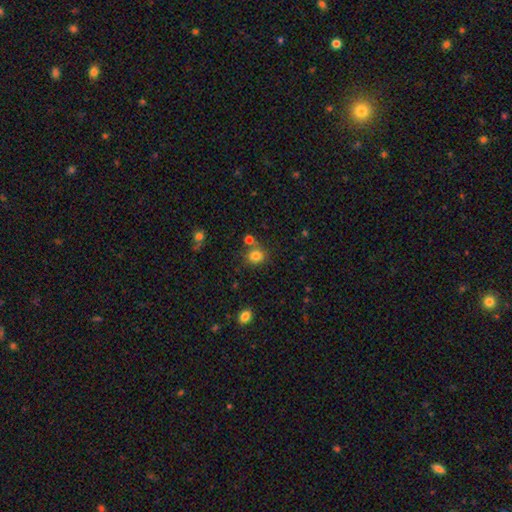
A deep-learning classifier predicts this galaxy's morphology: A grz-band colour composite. It shows a smooth galaxy with no disk features (81%) that is round (75%). Merging: none (70%).